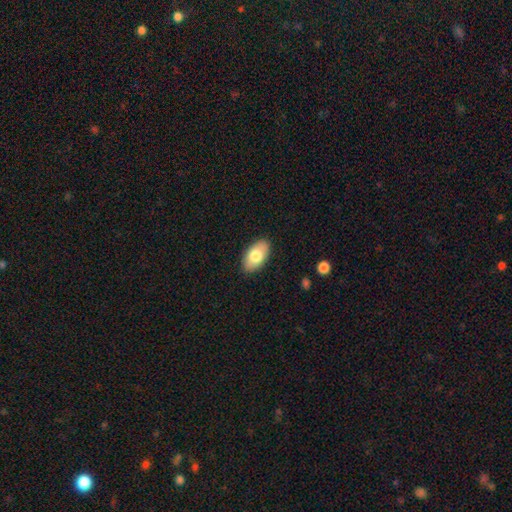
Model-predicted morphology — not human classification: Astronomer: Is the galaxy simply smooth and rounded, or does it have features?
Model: smooth — 77%.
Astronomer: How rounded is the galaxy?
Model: in between — 95%.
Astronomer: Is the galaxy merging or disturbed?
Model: none — 87%.